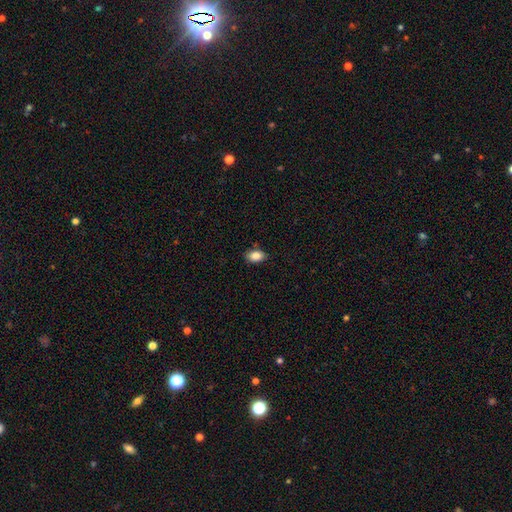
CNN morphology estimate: smooth 86%, star or artifact 8%, featured or disk 6%. Down the decision tree: how rounded — in between (87%); merging — none (85%).